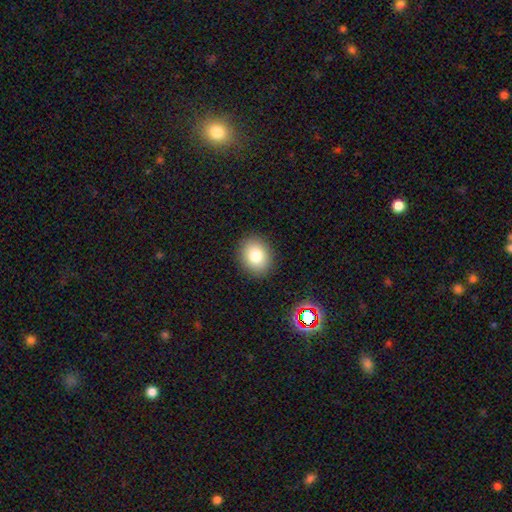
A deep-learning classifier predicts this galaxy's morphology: Smooth or featured? smooth (80%)
How rounded? round (56%)
Merging? none (89%)